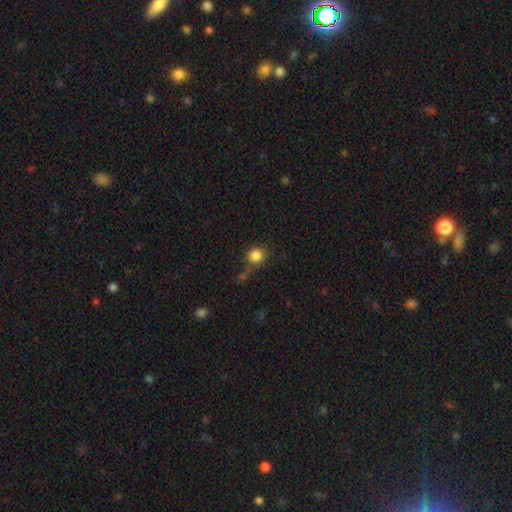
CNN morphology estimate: Overall: smooth (85%). How rounded: round (85%). Merging: none (64%).